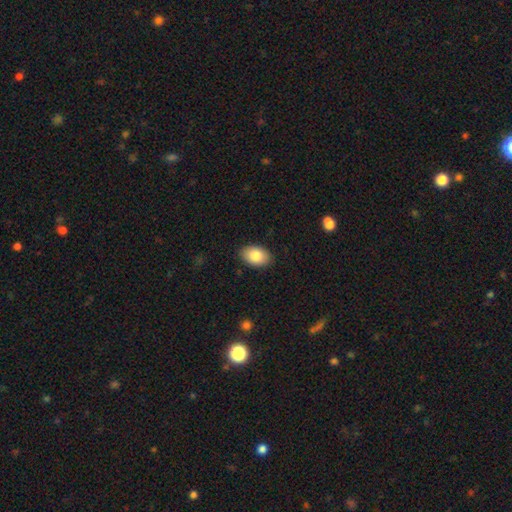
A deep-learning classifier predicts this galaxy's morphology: The model was most divided on "smooth or featured": smooth: 85%, featured or disk: 9%, star or artifact: 7%. More confident: how rounded — in between (89%); merging — none (88%).